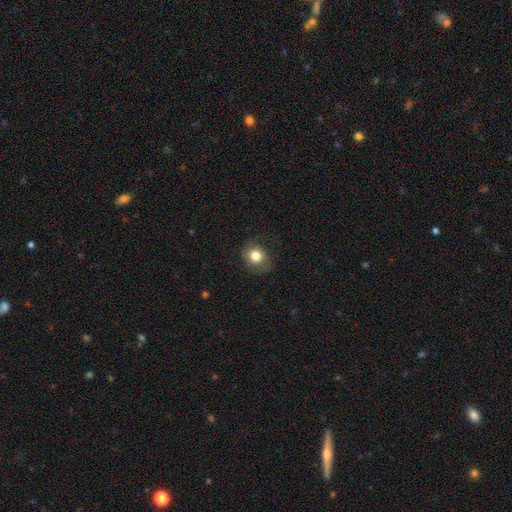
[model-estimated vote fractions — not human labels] Morphology: type=smooth (81%); roundness=round (72%); merging=none (75%).